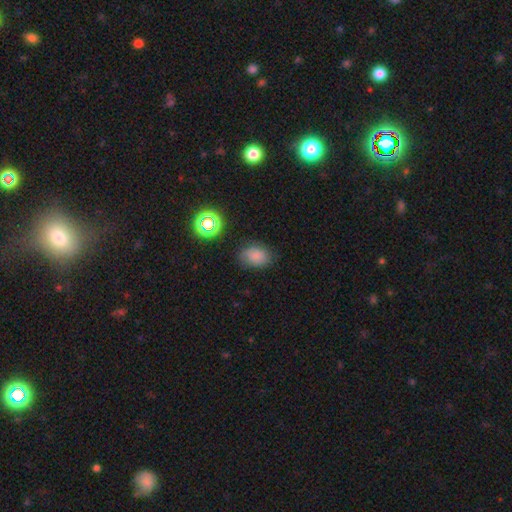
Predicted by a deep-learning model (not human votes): A smooth galaxy with no disk features (78%) that is in between round and cigar-shaped (69%).

Vote fractions:
- Smooth or featured? smooth: 78% / star or artifact: 15% / featured or disk: 7%
- How rounded? in between: 69% / round: 30% / cigar-shaped: 1%
- Merging? none: 76% / minor disturbance: 18% / major disturbance: 5% / merger: 2%